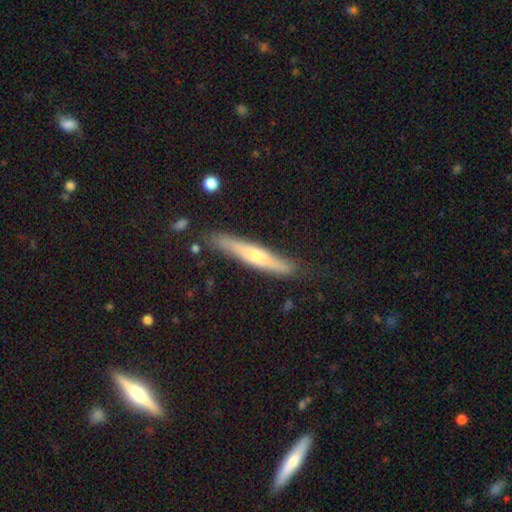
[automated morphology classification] Smooth or featured? Predicted: featured or disk (p=0.49). Merging? Predicted: none (p=0.81).